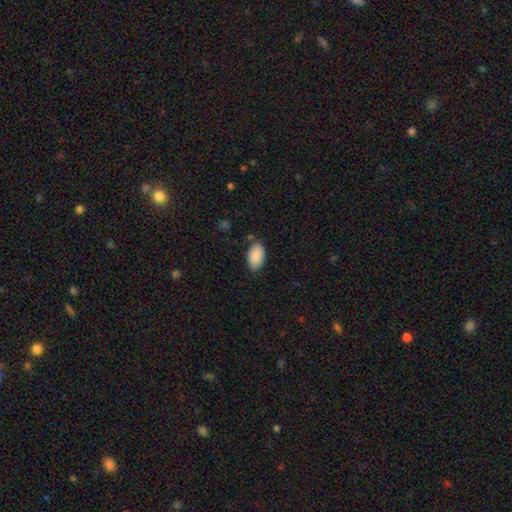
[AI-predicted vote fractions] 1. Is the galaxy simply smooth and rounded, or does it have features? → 90% smooth, 6% star or artifact, 4% featured or disk.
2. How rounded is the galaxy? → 95% in between, 4% round, 2% cigar-shaped.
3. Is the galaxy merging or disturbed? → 81% none, 14% minor disturbance, 3% major disturbance, 2% merger.